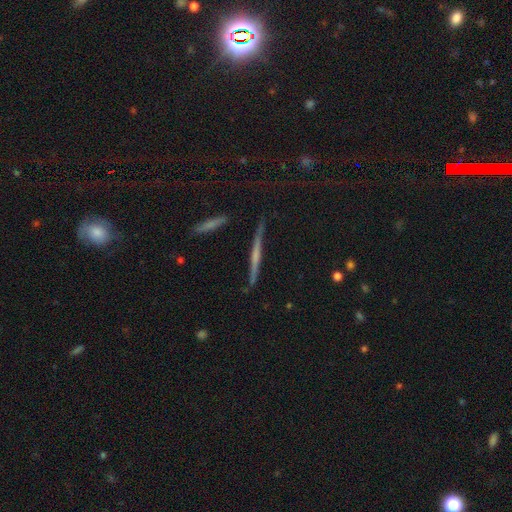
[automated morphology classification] Overall: featured or disk (63%; smooth 29%). Edge-on disk: yes (96%). Edge-on bulge: none (59%; rounded 28%). Merging: none (84%).